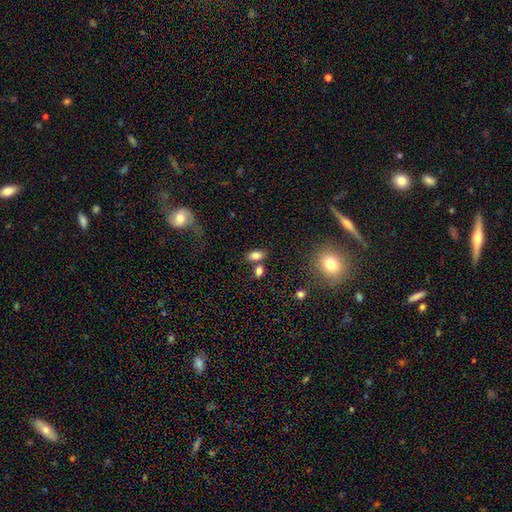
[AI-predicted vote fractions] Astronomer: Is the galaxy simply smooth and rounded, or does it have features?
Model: smooth — 81%.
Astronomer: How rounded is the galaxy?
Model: in between — 88%.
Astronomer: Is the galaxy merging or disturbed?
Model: none — 60%.